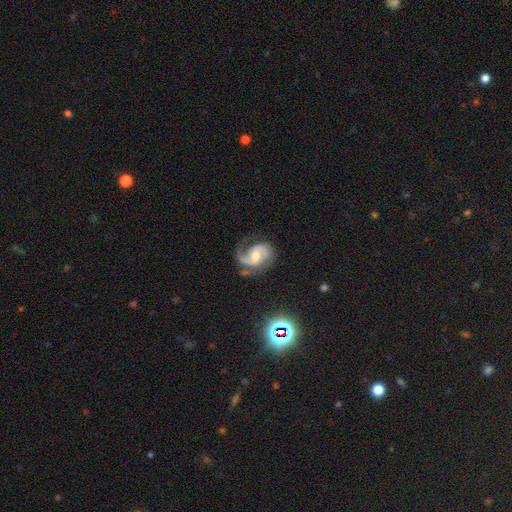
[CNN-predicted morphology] Overall: featured or disk (87%). Edge-on disk: no (98%). Bar: no (43%, tied with weak). Spiral arms: yes (97%). Spiral arm count: 2 (78%). Spiral winding: medium (53%; loose 25%). Bulge size: moderate (55%; small 38%). Merging: none (60%; minor disturbance 22%).